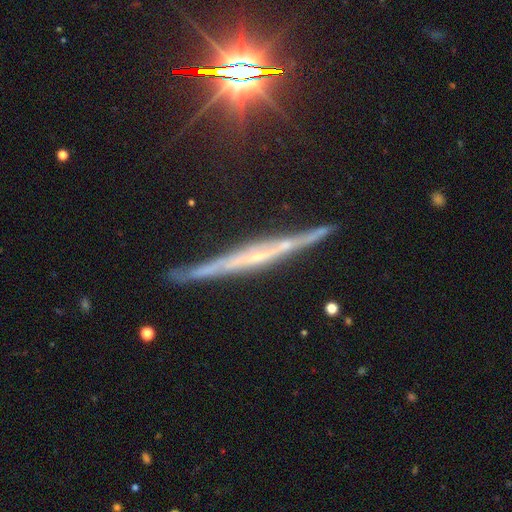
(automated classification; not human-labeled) A featured or disk galaxy (74%) viewed edge-on (97%) with no central bulge (57%).

Vote fractions:
- Smooth or featured? featured or disk: 74% / smooth: 14% / star or artifact: 12%
- Edge-on disk? yes: 97% / no: 3%
- Edge-on bulge? none: 57% / rounded: 28% / boxy: 14%
- Merging? none: 84% / minor disturbance: 12% / major disturbance: 2% / merger: 2%